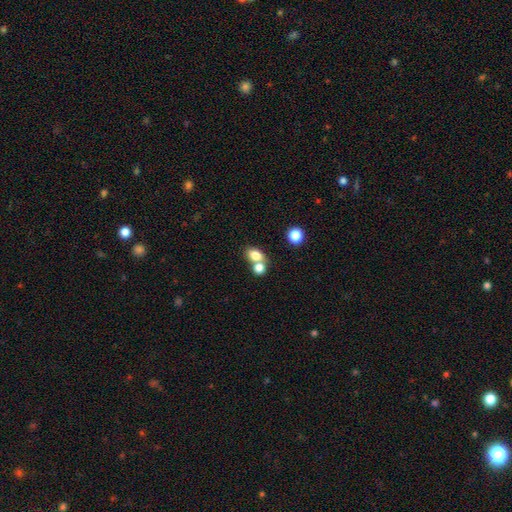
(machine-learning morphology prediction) smooth 79%, star or artifact 11%, featured or disk 10%. Down the decision tree: how rounded — in between (63%); merging — merger (50%).